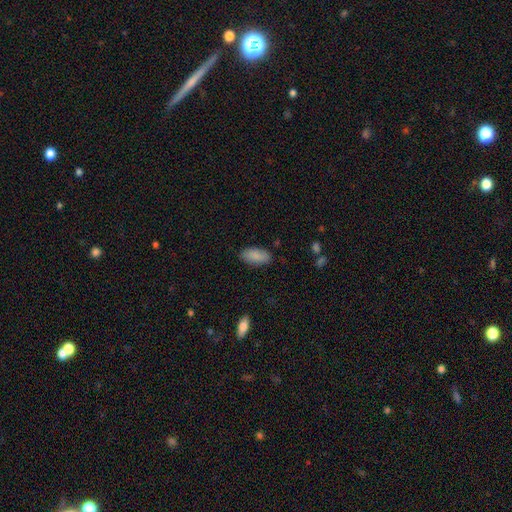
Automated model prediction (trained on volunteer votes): A smooth galaxy with no disk features (86%) that is in between round and cigar-shaped (90%). Merging: none (83%).